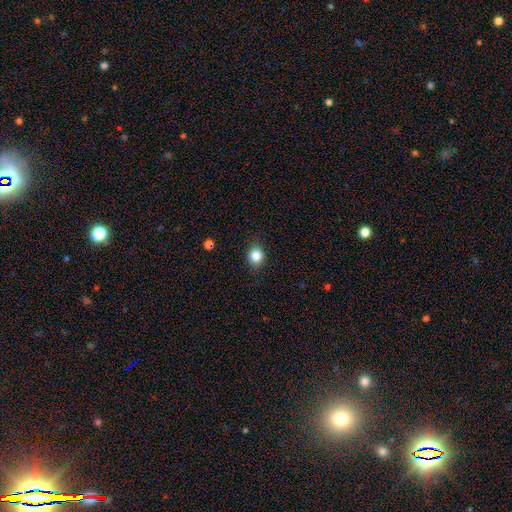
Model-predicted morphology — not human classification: type=smooth (83%); roundness=round (65%); merging=none (86%).